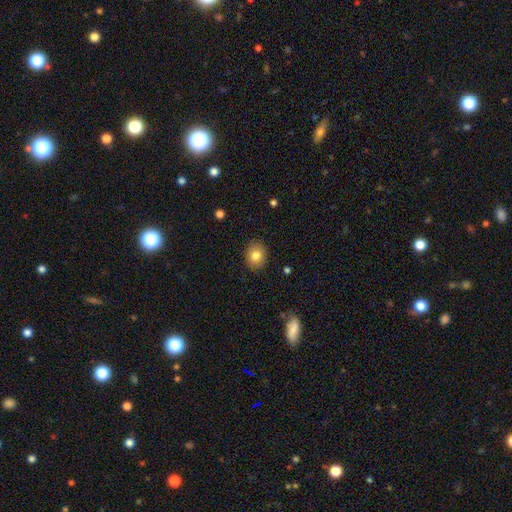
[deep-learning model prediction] smooth_or_featured: smooth (p=0.81) [alt: featured or disk p=0.09]
how_rounded: round (p=0.58) [alt: in between p=0.41]
merging: none (p=0.88) [alt: minor disturbance p=0.09]